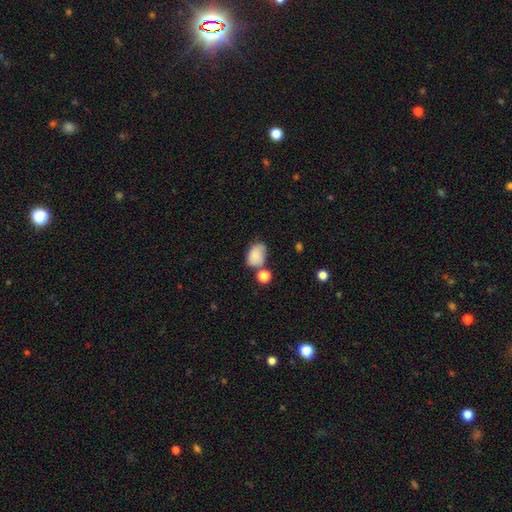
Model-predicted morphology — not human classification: This is clearly a smooth galaxy (81%). How rounded: clearly in between (83%). Merging: possibly none (50%).